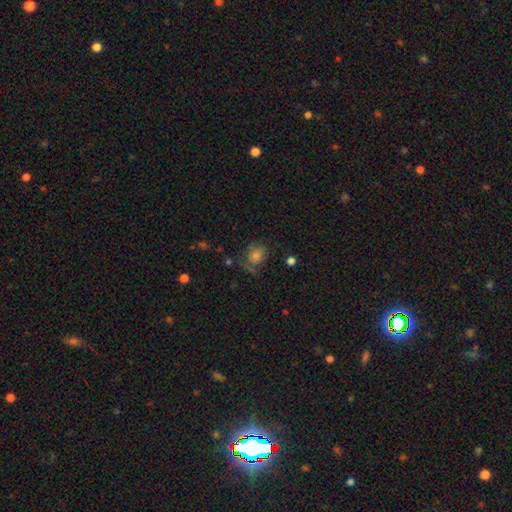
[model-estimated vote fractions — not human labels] smooth 59%, star or artifact 21%, featured or disk 20%. Down the decision tree: how rounded — round (72%); merging — none (61%).